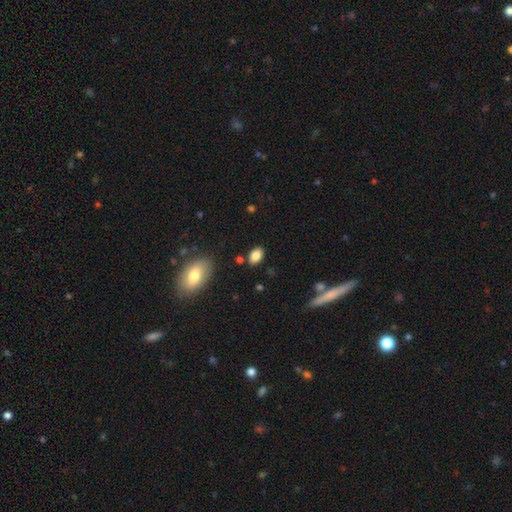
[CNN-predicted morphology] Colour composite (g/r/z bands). It shows a smooth galaxy with no disk features (83%) that is in between round and cigar-shaped (89%). Merging: none (83%).